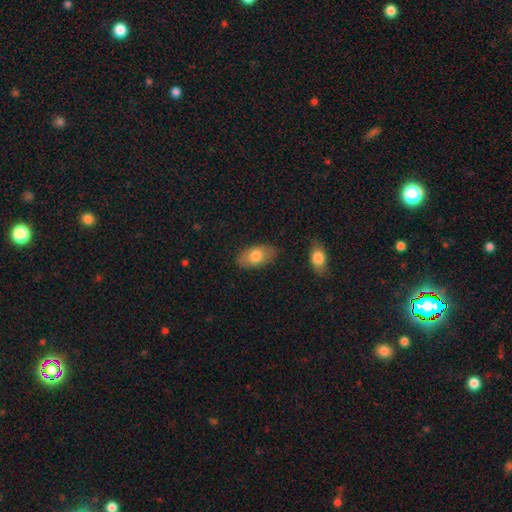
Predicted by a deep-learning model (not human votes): This is likely a smooth galaxy (77%). How rounded: clearly in between (93%). Merging: clearly none (84%).